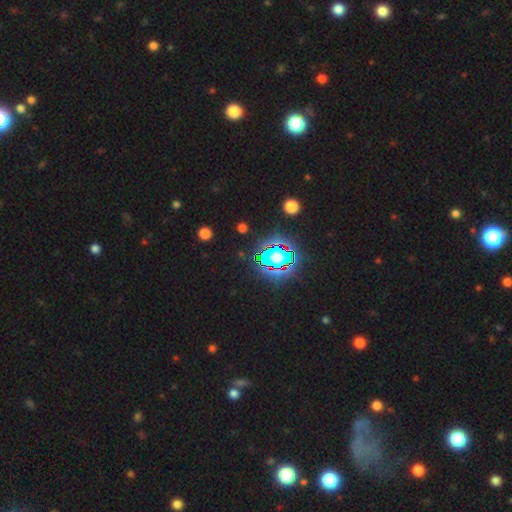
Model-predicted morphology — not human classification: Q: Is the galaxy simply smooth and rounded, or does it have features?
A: star or artifact — 81%.